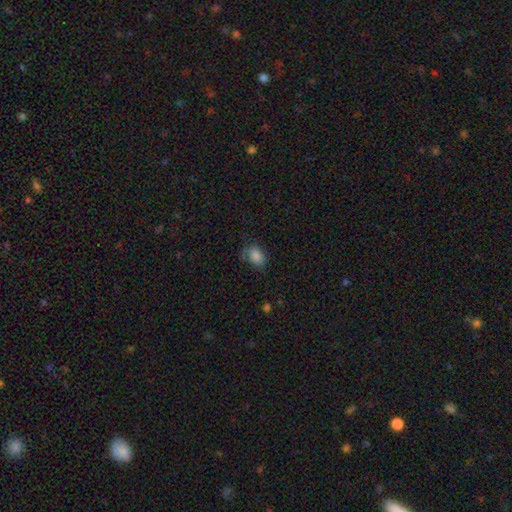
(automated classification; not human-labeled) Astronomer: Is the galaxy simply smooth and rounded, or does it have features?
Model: smooth — 82%.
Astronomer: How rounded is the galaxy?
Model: in between — 74%.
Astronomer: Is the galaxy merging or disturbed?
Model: none — 62%.